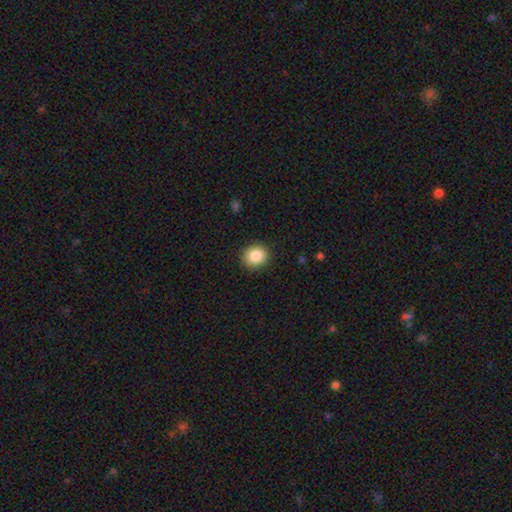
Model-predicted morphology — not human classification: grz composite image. It shows a smooth galaxy with no disk features (87%) that is round (73%). Merging: none (89%).